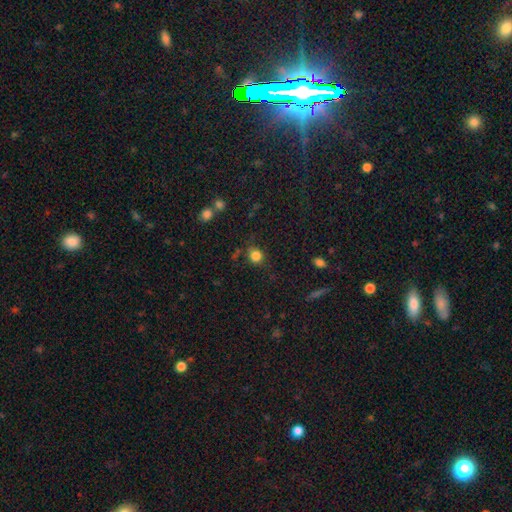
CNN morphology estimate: A smooth galaxy with no disk features (83%) that is round (80%). Merging: none (76%).